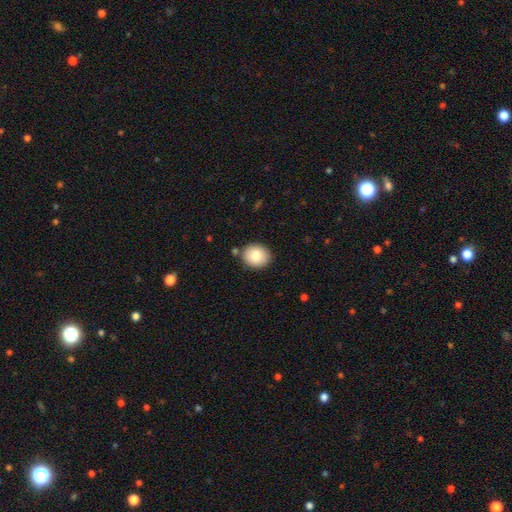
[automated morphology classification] The model was most divided on "how rounded": round: 65%, in between: 34%, cigar-shaped: 1%. More confident: merging — none (84%); smooth or featured — smooth (82%).